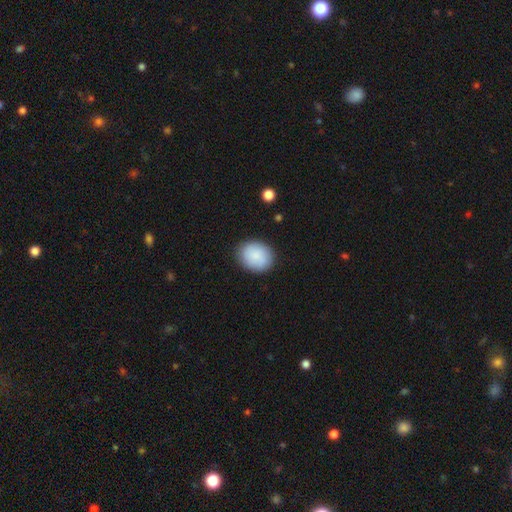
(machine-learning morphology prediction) smooth-or-featured: smooth: 86% | featured or disk: 8% | star or artifact: 6%
  how-rounded: round: 58% | in between: 42% | cigar-shaped: 1%
  merging: none: 87% | minor disturbance: 10% | major disturbance: 3% | merger: 1%